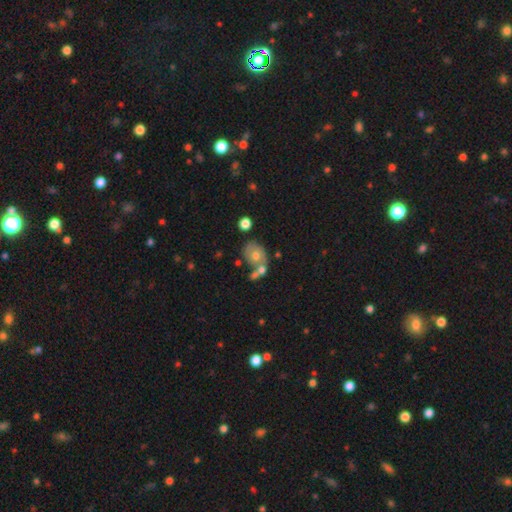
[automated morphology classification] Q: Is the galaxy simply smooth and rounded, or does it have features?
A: smooth — 59%.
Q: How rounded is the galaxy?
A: in between — 56%.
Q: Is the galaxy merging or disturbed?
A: merger — 40%.